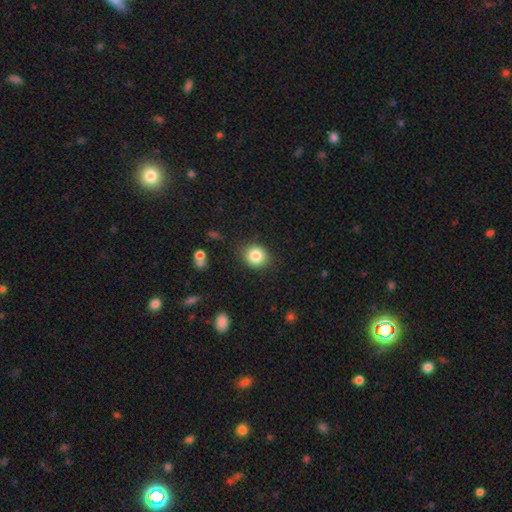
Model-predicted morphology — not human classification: Overall: smooth (84%). How rounded: round (77%). Merging: none (85%).